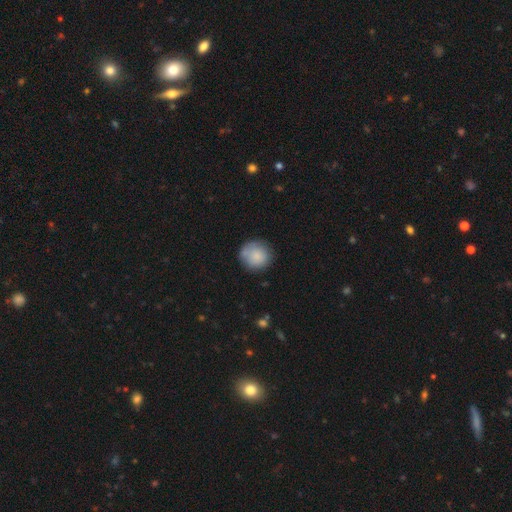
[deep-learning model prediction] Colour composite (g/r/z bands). It shows a smooth galaxy with no disk features (81%) that is round (91%). Merging: none (72%).